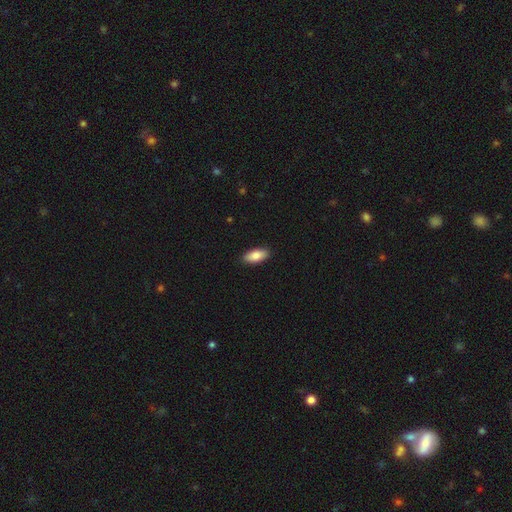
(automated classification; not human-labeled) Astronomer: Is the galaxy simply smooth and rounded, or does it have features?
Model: smooth — 83%.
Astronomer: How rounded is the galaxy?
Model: in between — 88%.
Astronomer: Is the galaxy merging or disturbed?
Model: none — 90%.